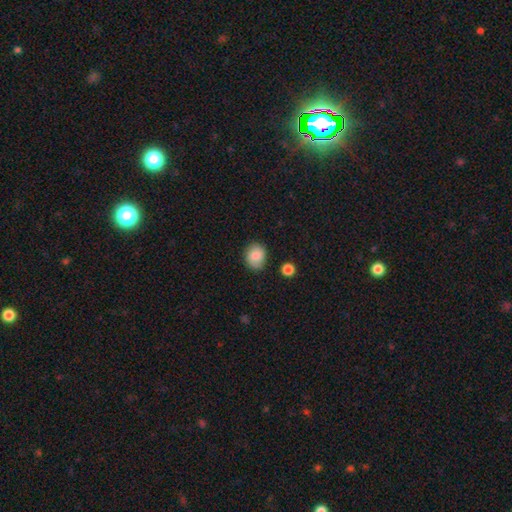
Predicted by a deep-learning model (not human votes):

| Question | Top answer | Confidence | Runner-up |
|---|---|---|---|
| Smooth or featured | smooth | 83% | star or artifact (8%) |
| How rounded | round | 60% | in between (39%) |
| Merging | none | 78% | minor disturbance (16%) |